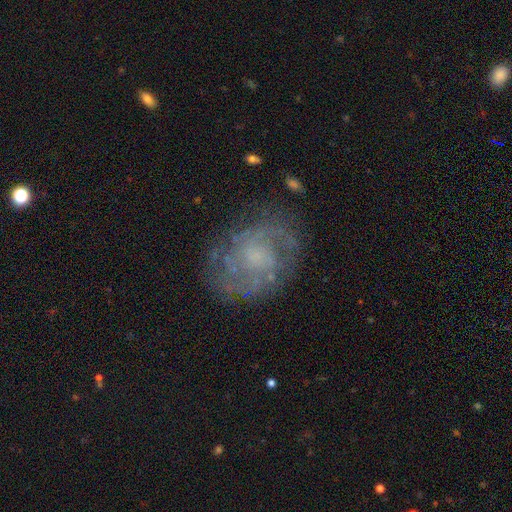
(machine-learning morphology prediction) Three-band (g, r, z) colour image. It shows a featured or disk galaxy (76%) with no bar (73%), 2 (38%, tied with can't tell) tight (46%) spiral arms (81%) and a small central bulge (43%). Merging: none (71%).